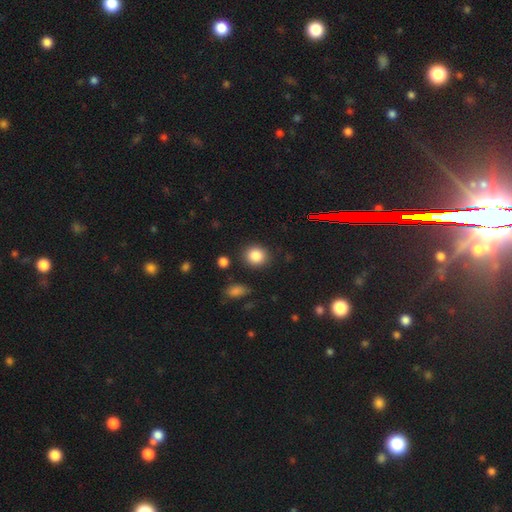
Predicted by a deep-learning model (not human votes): smooth-or-featured: smooth: 85% | star or artifact: 10% | featured or disk: 5%
  how-rounded: round: 77% | in between: 21% | cigar-shaped: 1%
  merging: none: 86% | minor disturbance: 8% | merger: 3% | major disturbance: 3%